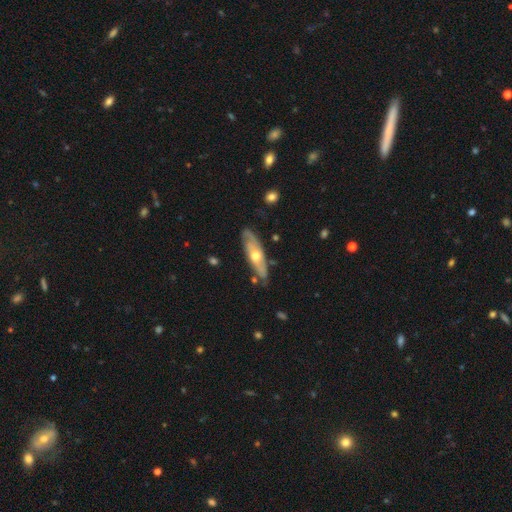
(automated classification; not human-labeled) Q: Smooth or featured?
A: featured or disk (64%); runner-up: smooth (30%)
Q: Edge-on disk?
A: no (56%); runner-up: yes (44%)
Q: Merging?
A: none (74%); runner-up: minor disturbance (19%)